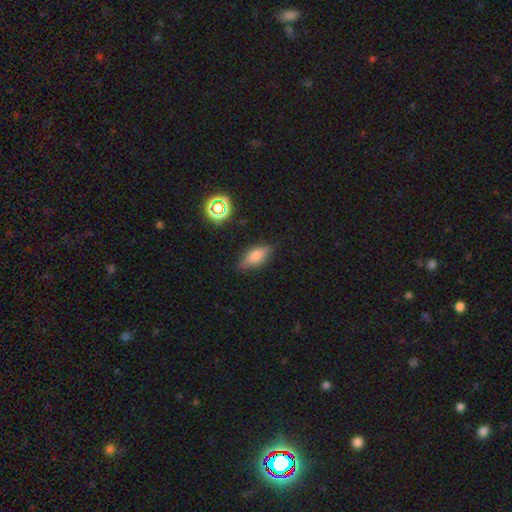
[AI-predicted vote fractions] Q: Smooth or featured?
A: smooth (66%); runner-up: featured or disk (23%)
Q: How rounded?
A: in between (75%); runner-up: cigar-shaped (20%)
Q: Merging?
A: none (79%); runner-up: minor disturbance (16%)